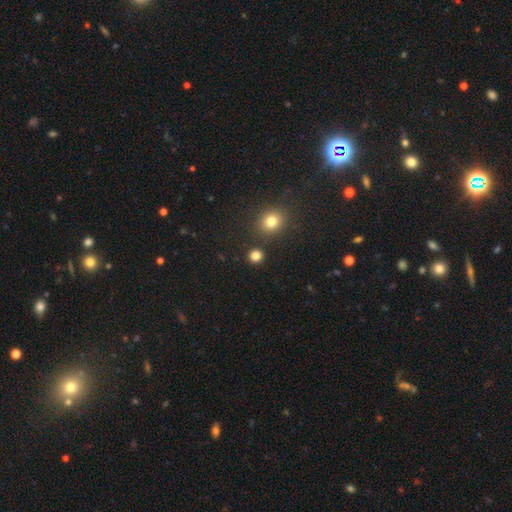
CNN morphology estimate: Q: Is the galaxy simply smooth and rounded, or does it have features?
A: smooth — 82%.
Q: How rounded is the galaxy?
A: round — 89%.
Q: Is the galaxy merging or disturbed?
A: none — 87%.